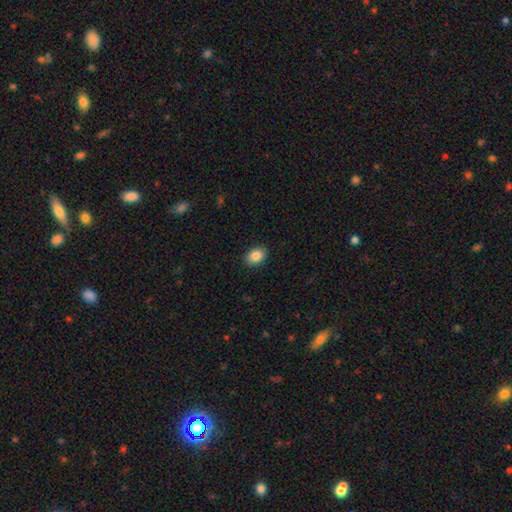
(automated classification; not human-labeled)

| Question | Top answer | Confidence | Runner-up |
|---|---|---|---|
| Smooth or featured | smooth | 87% | star or artifact (8%) |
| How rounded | in between | 75% | round (24%) |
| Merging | none | 90% | minor disturbance (8%) |